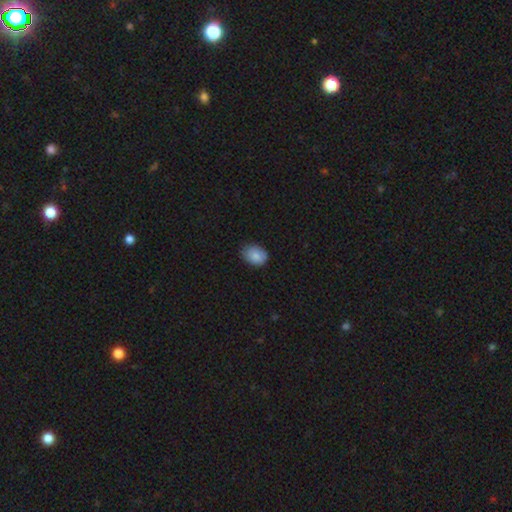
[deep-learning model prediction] Smooth or featured? smooth (83%)
How rounded? in between (66%)
Merging? none (69%)